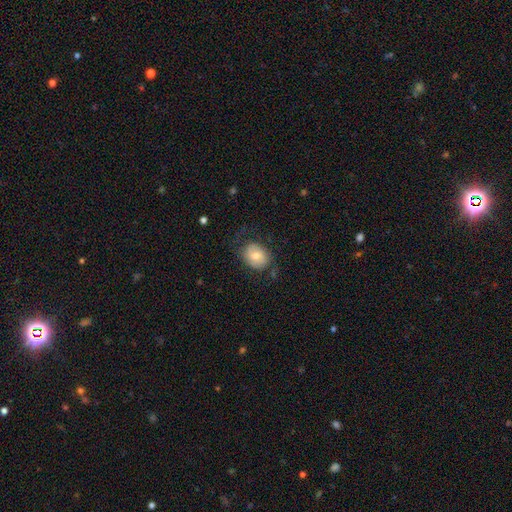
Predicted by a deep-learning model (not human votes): This is likely a smooth galaxy (66%). How rounded: possibly round (50%). Merging: likely none (66%).